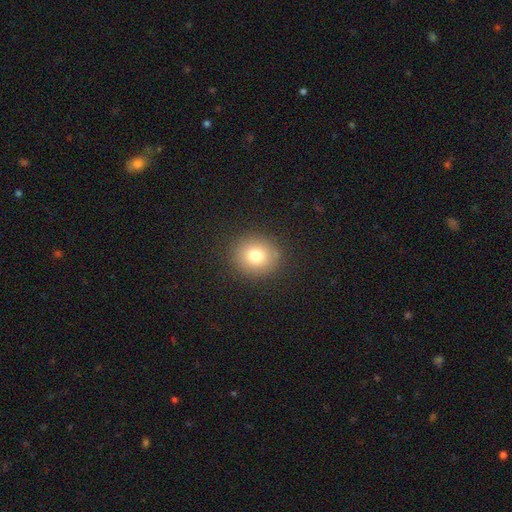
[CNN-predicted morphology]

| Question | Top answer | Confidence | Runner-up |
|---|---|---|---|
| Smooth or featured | smooth | 78% | star or artifact (12%) |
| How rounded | round | 84% | in between (15%) |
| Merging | none | 89% | minor disturbance (7%) |